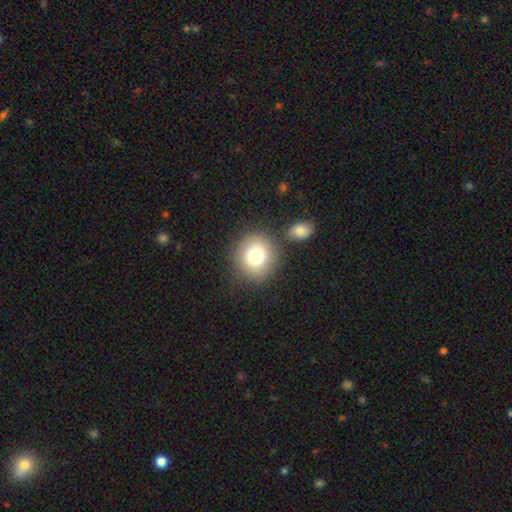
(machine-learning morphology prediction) smooth 77%, featured or disk 12%, star or artifact 11%. Down the decision tree: how rounded — round (85%); merging — none (78%).